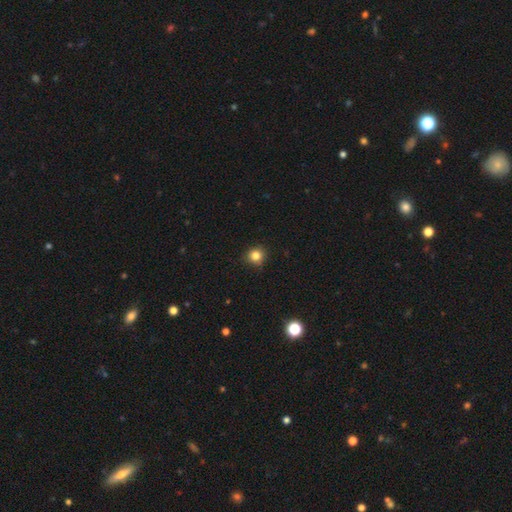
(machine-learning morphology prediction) A smooth galaxy with no disk features (83%) that is round (90%). Merging: none (87%).